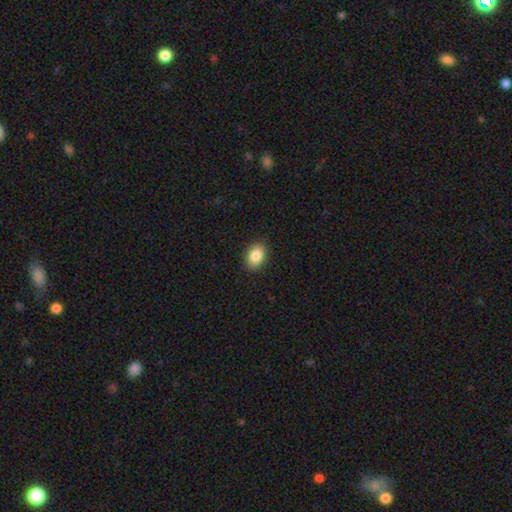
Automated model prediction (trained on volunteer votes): Morphology: type=smooth (86%); roundness=in between (83%); merging=none (89%).